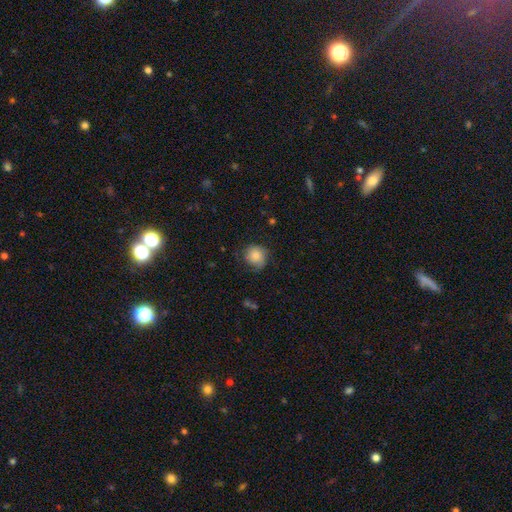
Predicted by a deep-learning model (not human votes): smooth 81%, featured or disk 11%, star or artifact 8%. Down the decision tree: how rounded — round (84%); merging — none (68%).